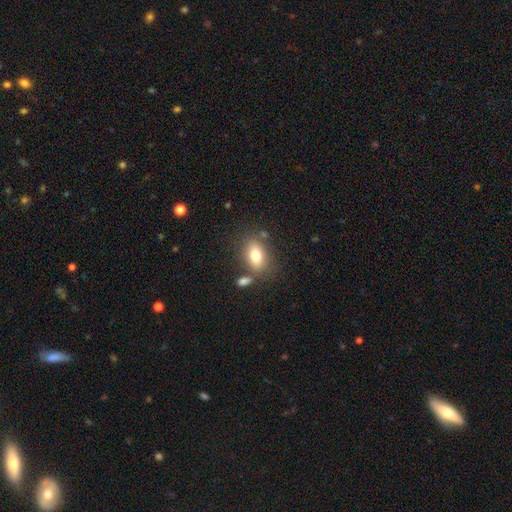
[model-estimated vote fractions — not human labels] smooth-or-featured: smooth: 77% | featured or disk: 15% | star or artifact: 8%
  how-rounded: in between: 84% | round: 13% | cigar-shaped: 3%
  merging: none: 69% | minor disturbance: 13% | merger: 13% | major disturbance: 5%